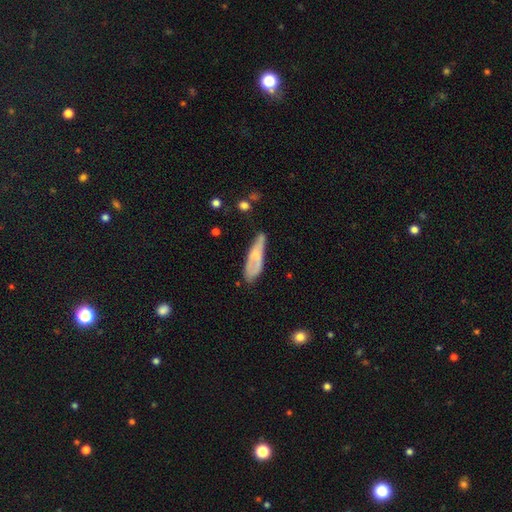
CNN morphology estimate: Smooth or featured: smooth — 48% (featured or disk — 43%)
Merging: none — 45% (minor disturbance — 33%)